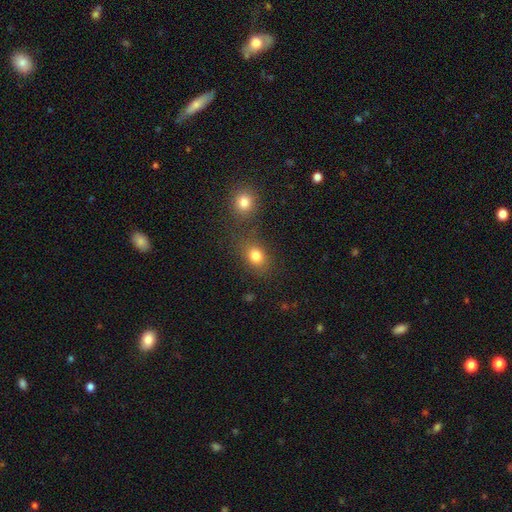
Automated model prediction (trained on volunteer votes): Smooth or featured?
  - smooth: 80% *
  - star or artifact: 13%
  - featured or disk: 7%
How rounded?
  - in between: 50% *
  - round: 49%
  - cigar-shaped: 1%
Merging?
  - none: 64% *
  - merger: 20%
  - minor disturbance: 11%
  - major disturbance: 5%